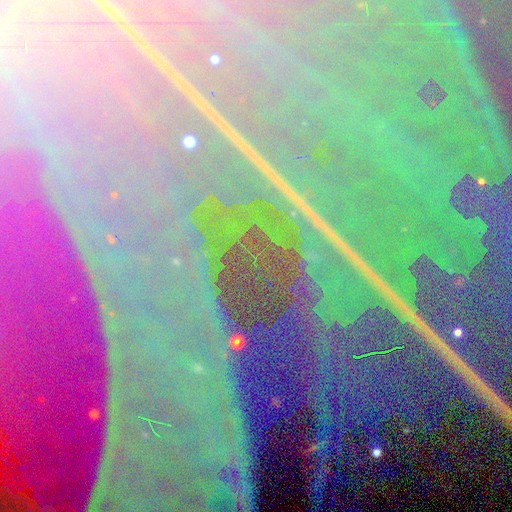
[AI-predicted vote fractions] Smooth or featured?
  - star or artifact: 89% *
  - featured or disk: 7%
  - smooth: 4%